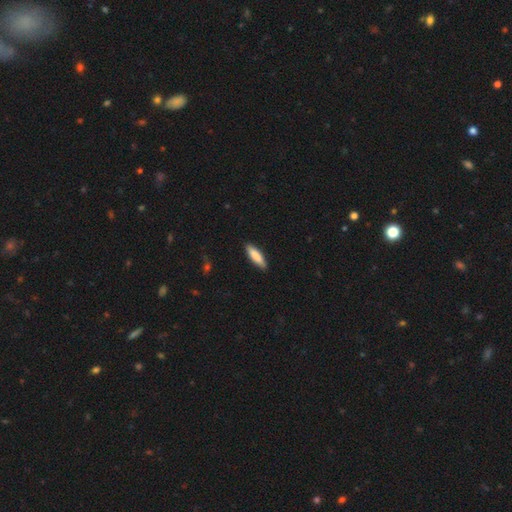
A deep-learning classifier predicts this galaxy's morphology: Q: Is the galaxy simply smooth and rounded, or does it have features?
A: smooth — 85%.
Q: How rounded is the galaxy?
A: cigar-shaped — 60%.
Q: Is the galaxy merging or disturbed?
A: none — 88%.